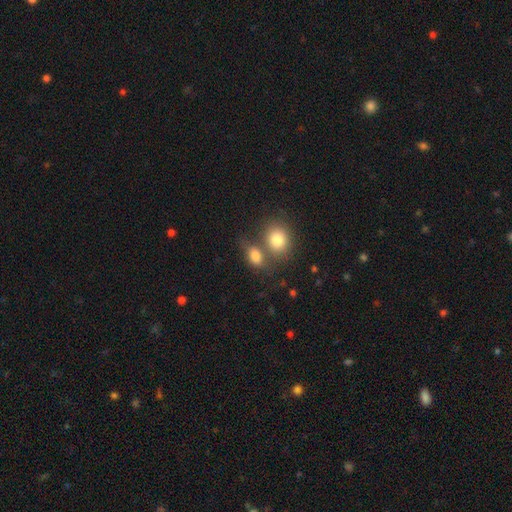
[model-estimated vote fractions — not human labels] Q: Smooth or featured?
A: smooth (81%); runner-up: star or artifact (9%)
Q: How rounded?
A: in between (70%); runner-up: round (28%)
Q: Merging?
A: merger (42%); runner-up: none (39%)